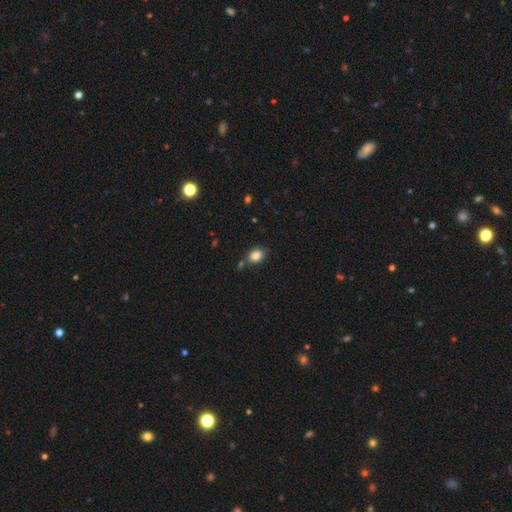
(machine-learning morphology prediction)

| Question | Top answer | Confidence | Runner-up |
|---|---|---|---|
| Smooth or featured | smooth | 85% | star or artifact (10%) |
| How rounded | in between | 64% | round (35%) |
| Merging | none | 76% | minor disturbance (13%) |